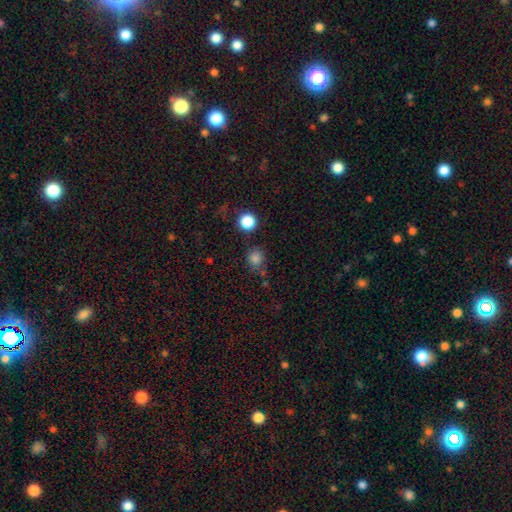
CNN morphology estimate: This is likely a smooth galaxy (77%). How rounded: clearly round (90%). Merging: likely none (78%).